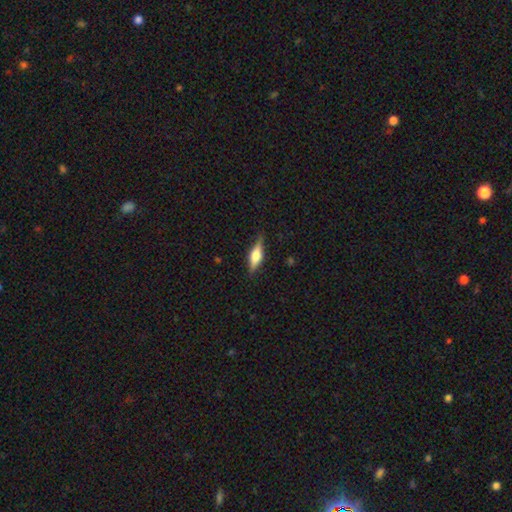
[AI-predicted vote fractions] Smooth or featured? featured or disk (52%)
Edge-on disk? yes (94%)
Merging? none (85%)